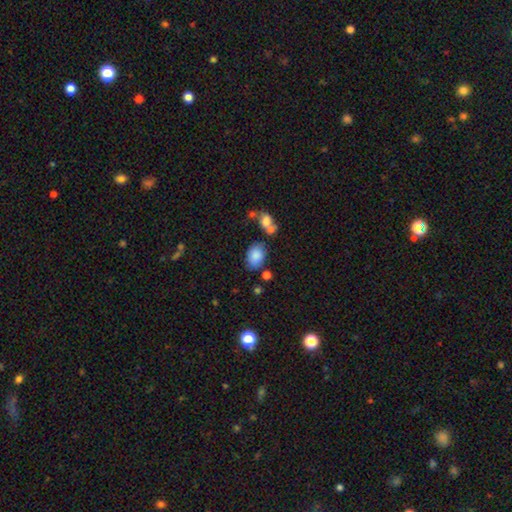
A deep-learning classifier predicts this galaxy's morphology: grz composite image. It shows a smooth galaxy with no disk features (84%) that is in between round and cigar-shaped (78%). Merging: none (66%).